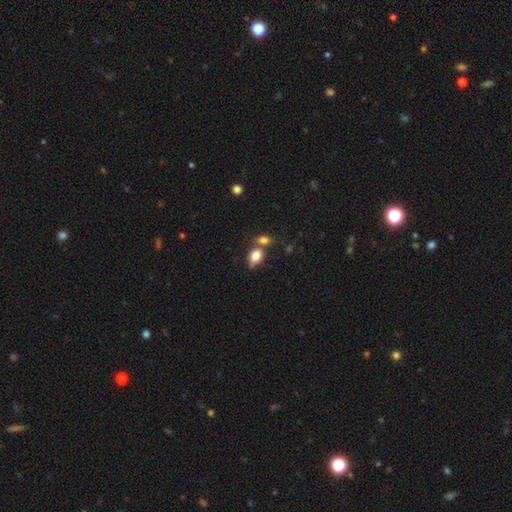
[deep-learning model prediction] The model was most divided on "merging": none: 44%, merger: 35%, minor disturbance: 15%, major disturbance: 6%. More confident: smooth or featured — smooth (81%); how rounded — in between (67%).